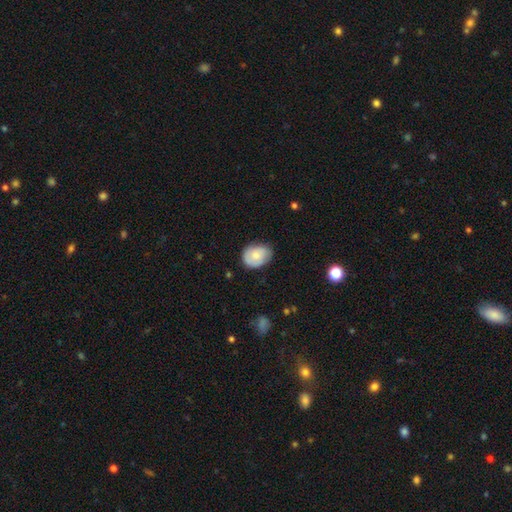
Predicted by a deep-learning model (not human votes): A smooth galaxy with no disk features (70%) that is in between round and cigar-shaped (62%).

Vote fractions:
- Smooth or featured? smooth: 70% / featured or disk: 24% / star or artifact: 7%
- How rounded? in between: 62% / round: 37% / cigar-shaped: 1%
- Merging? none: 68% / minor disturbance: 26% / major disturbance: 5% / merger: 1%